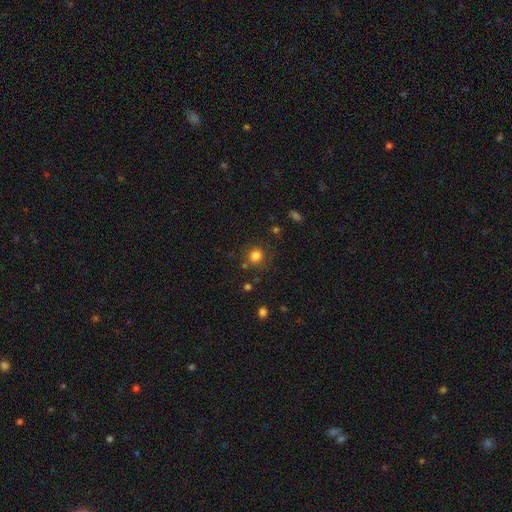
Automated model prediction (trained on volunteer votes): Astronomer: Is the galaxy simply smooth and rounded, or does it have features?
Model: smooth — 81%.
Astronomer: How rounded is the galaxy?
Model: round — 83%.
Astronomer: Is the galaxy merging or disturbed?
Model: none — 78%.